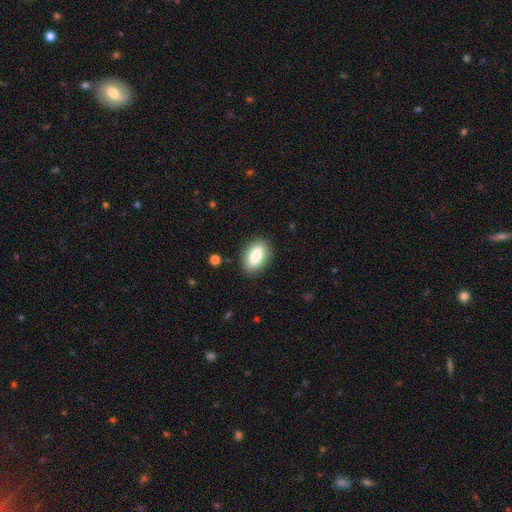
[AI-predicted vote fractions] The model was most divided on "smooth or featured": smooth: 85%, featured or disk: 8%, star or artifact: 7%. More confident: how rounded — in between (90%); merging — none (87%).